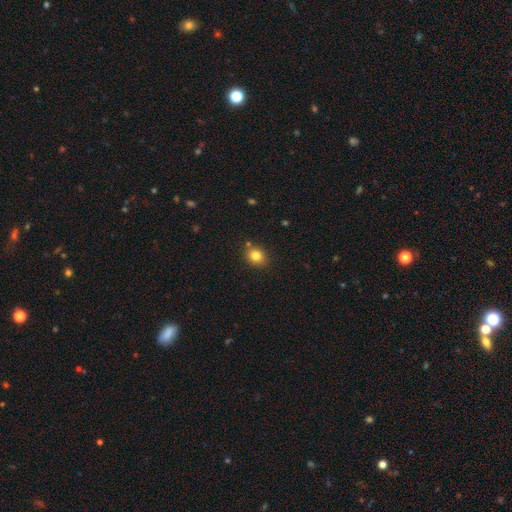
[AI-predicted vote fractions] Overall: smooth (81%). How rounded: round (64%; in between 35%). Merging: none (82%).